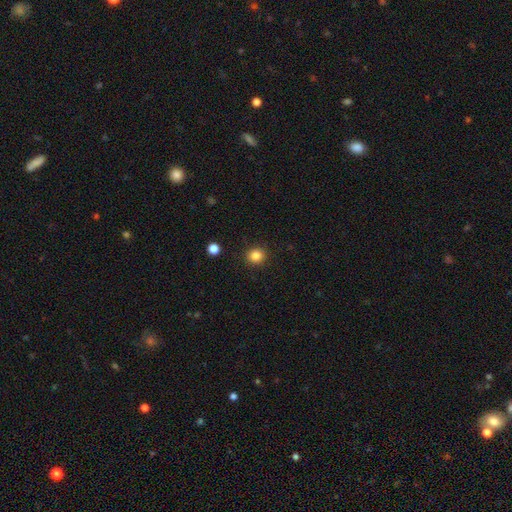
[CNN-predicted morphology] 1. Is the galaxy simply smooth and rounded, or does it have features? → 85% smooth, 11% star or artifact, 4% featured or disk.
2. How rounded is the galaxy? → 90% round, 9% in between, 1% cigar-shaped.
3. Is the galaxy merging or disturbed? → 91% none, 6% minor disturbance, 2% major disturbance, 1% merger.